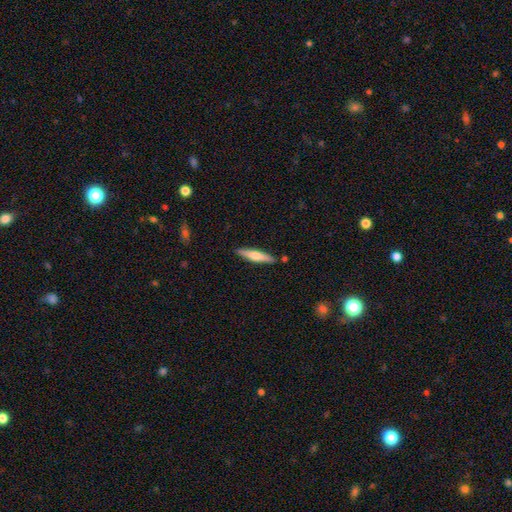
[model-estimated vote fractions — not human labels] Smooth or featured: smooth — 54% (featured or disk — 40%)
How rounded: cigar-shaped — 87% (in between — 11%)
Merging: none — 87% (minor disturbance — 9%)